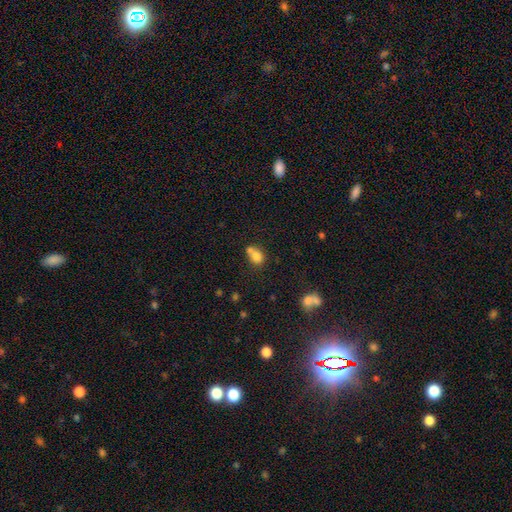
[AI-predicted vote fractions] Overall: smooth (79%). How rounded: round (54%; in between 45%). Merging: merger (45%; none 38%).